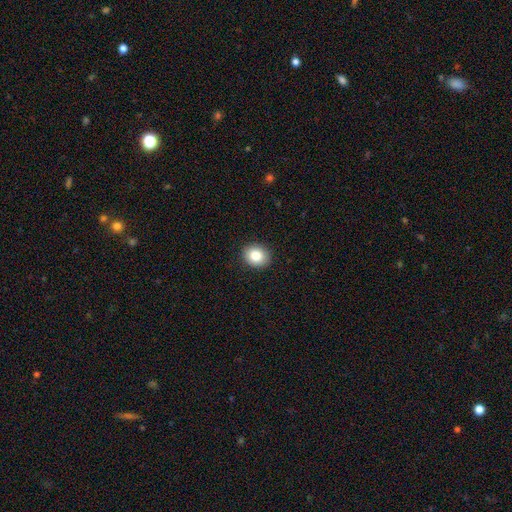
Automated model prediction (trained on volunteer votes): A smooth galaxy with no disk features (84%) that is round (67%). Merging: none (91%).